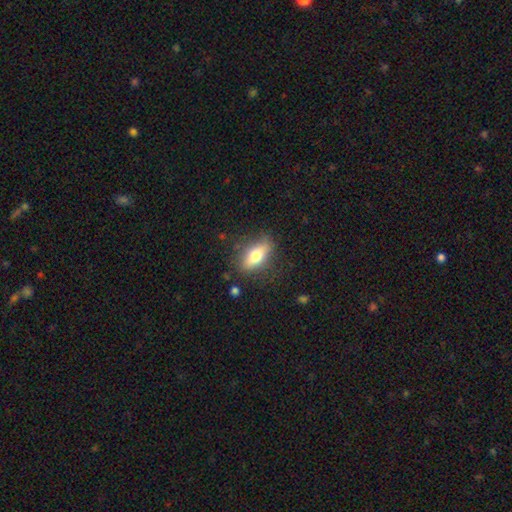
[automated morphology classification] Overall: smooth (65%; featured or disk 27%). How rounded: in between (72%). Merging: none (80%).